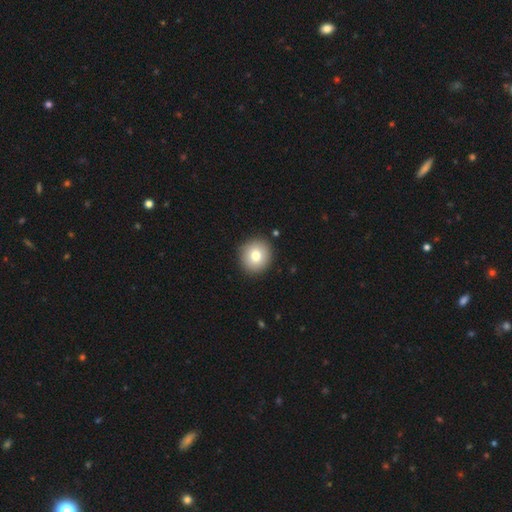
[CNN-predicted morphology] Smooth or featured: smooth — 78% (featured or disk — 13%)
How rounded: round — 90% (in between — 9%)
Merging: none — 91% (minor disturbance — 6%)